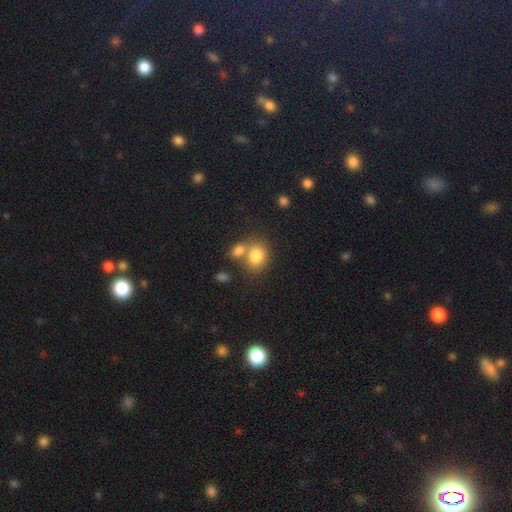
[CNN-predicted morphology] smooth_or_featured: smooth (p=0.80) [alt: star or artifact p=0.10]
how_rounded: round (p=0.56) [alt: in between p=0.43]
merging: none (p=0.46) [alt: merger p=0.40]